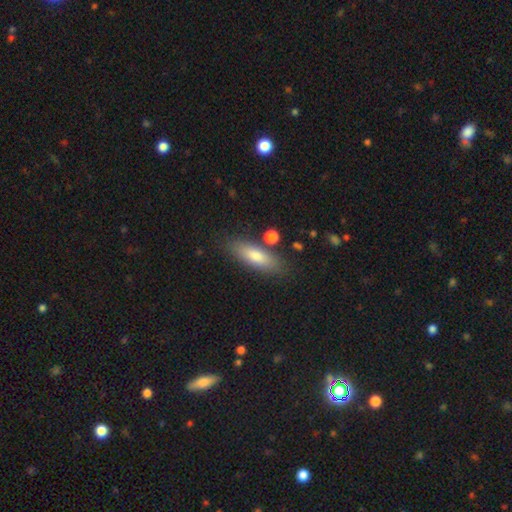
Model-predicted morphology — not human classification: A smooth galaxy with no disk features (77%) that is in between round and cigar-shaped (53%).

Vote fractions:
- Smooth or featured? smooth: 77% / featured or disk: 16% / star or artifact: 7%
- How rounded? in between: 53% / cigar-shaped: 44% / round: 2%
- Merging? none: 82% / minor disturbance: 11% / merger: 4% / major disturbance: 3%